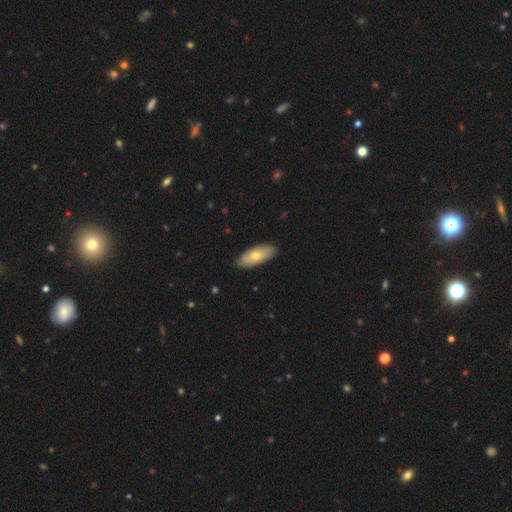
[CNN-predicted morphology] Smooth or featured? Predicted: smooth (p=0.67). How rounded? Predicted: in between (p=0.81). Merging? Predicted: none (p=0.86).